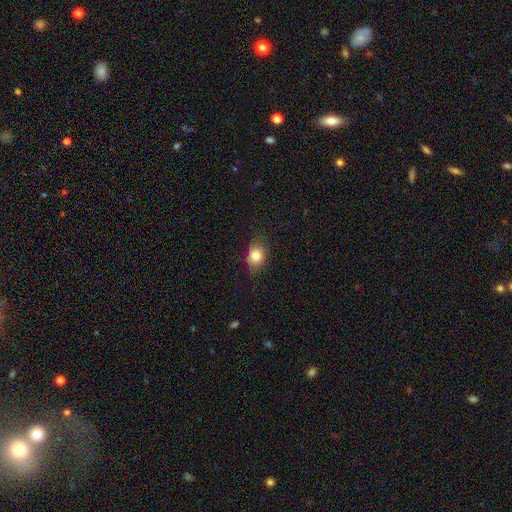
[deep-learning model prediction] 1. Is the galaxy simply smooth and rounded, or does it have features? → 81% smooth, 10% star or artifact, 9% featured or disk.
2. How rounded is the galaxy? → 58% in between, 41% round, 1% cigar-shaped.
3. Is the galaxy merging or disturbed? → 82% none, 14% minor disturbance, 3% major disturbance, 1% merger.